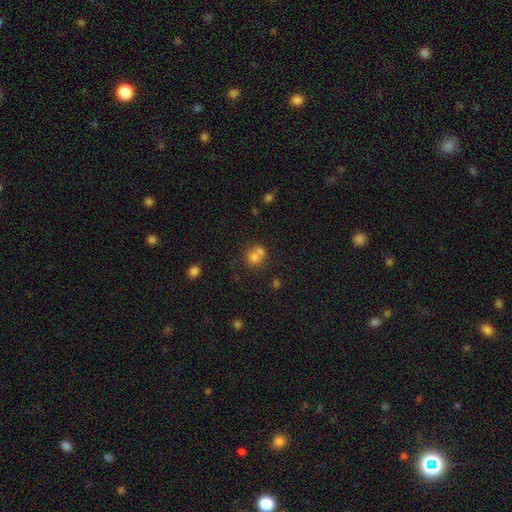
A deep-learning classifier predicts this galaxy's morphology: Smooth or featured? smooth (71%)
How rounded? round (76%)
Merging? merger (54%)